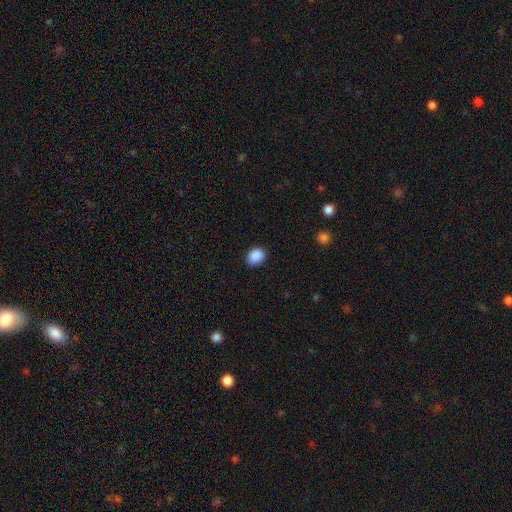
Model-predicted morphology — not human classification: A smooth galaxy with no disk features (90%) that is in between round and cigar-shaped (52%). Merging: none (89%).